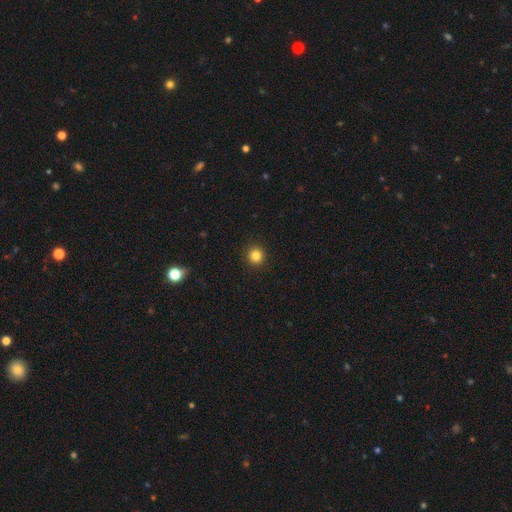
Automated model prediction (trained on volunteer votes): A smooth galaxy with no disk features (83%) that is round (94%). Merging: none (92%).